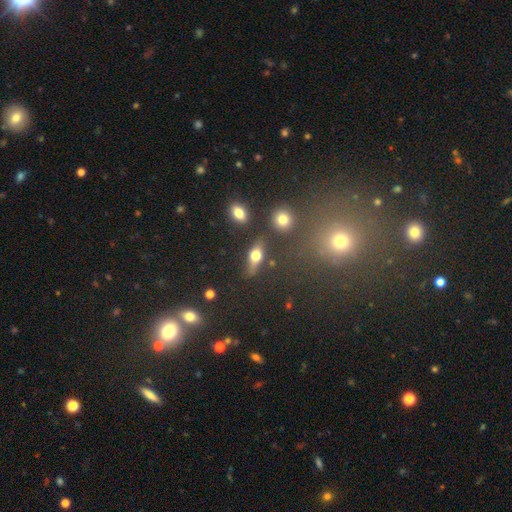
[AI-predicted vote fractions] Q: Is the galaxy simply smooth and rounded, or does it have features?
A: smooth — 57%.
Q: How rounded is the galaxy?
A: in between — 59%.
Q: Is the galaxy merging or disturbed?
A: none — 73%.